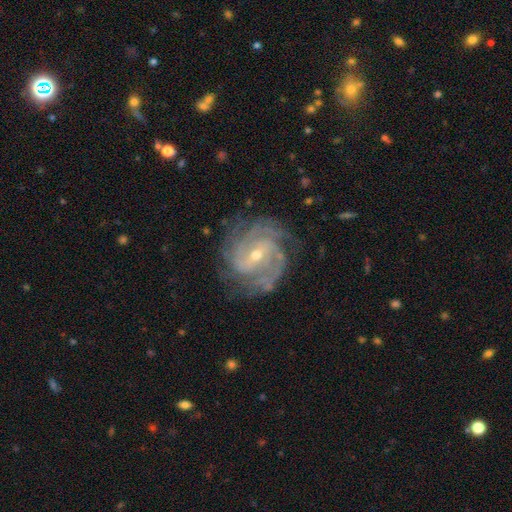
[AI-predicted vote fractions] Smooth or featured?
  - featured or disk: 91% *
  - star or artifact: 5%
  - smooth: 4%
Edge-on disk?
  - no: 97% *
  - yes: 3%
Bar?
  - weak: 49% *
  - strong: 26%
  - no: 24%
Spiral arms?
  - yes: 98% *
  - no: 2%
Spiral winding?
  - tight: 62% *
  - medium: 32%
  - loose: 5%
Spiral arm count?
  - 3: 29% *
  - 4: 21%
  - 2: 20%
  - can't tell: 18%
  - more than 4: 7%
  - 1: 6%
Bulge size?
  - small: 59% *
  - moderate: 39%
  - large: 1%
  - none: 1%
  - dominant: 1%
Merging?
  - none: 75% *
  - minor disturbance: 17%
  - major disturbance: 7%
  - merger: 1%